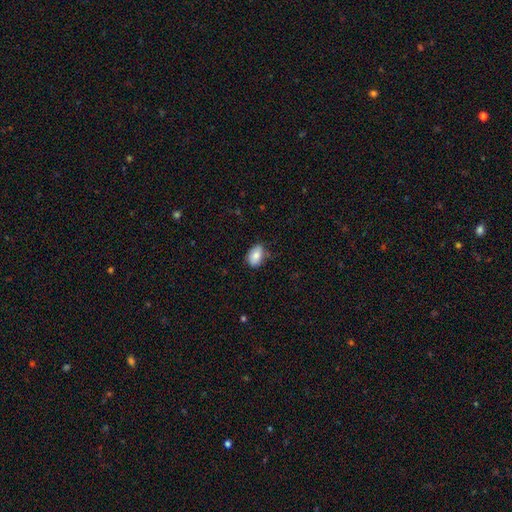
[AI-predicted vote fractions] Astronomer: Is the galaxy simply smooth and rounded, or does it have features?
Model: smooth — 83%.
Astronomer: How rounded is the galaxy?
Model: in between — 88%.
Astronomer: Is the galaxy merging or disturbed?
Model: none — 69%.